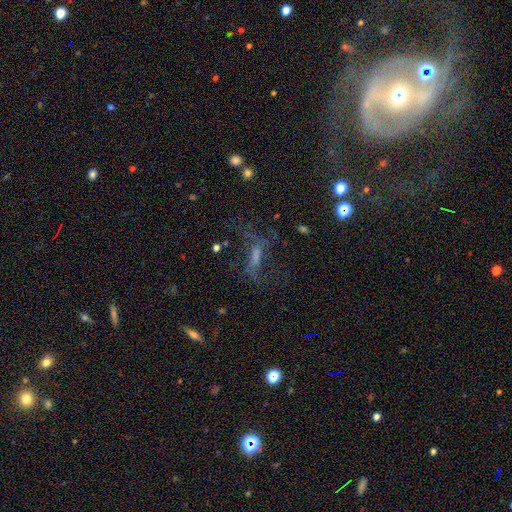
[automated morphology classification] Overall: featured or disk (50%; smooth 29%). Merging: none (45%; major disturbance 33%).